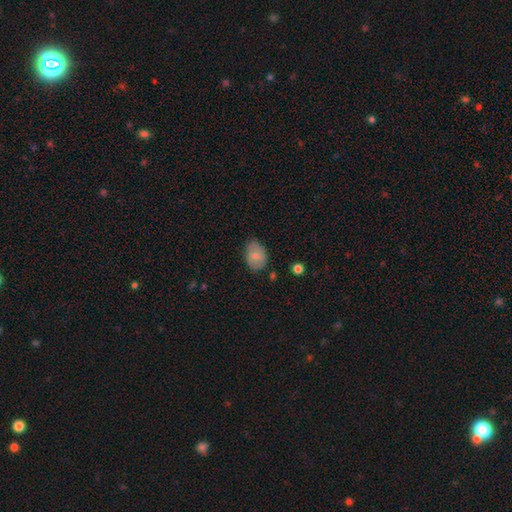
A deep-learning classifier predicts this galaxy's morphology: A smooth galaxy with no disk features (73%) that is in between round and cigar-shaped (76%).

Vote fractions:
- Smooth or featured? smooth: 73% / featured or disk: 19% / star or artifact: 7%
- How rounded? in between: 76% / round: 23% / cigar-shaped: 1%
- Merging? none: 70% / minor disturbance: 23% / major disturbance: 4% / merger: 2%